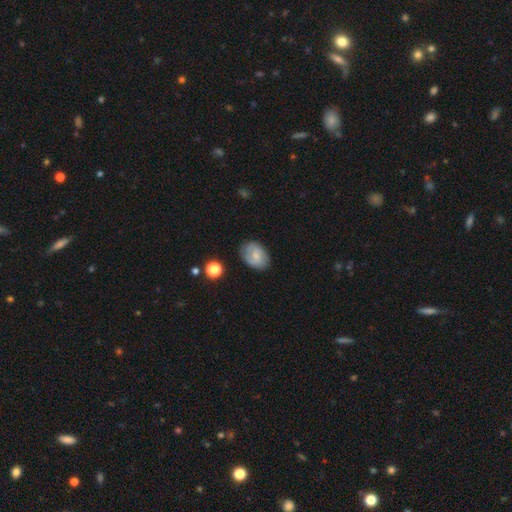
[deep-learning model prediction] Smooth or featured? smooth (58%)
How rounded? in between (76%)
Merging? none (76%)